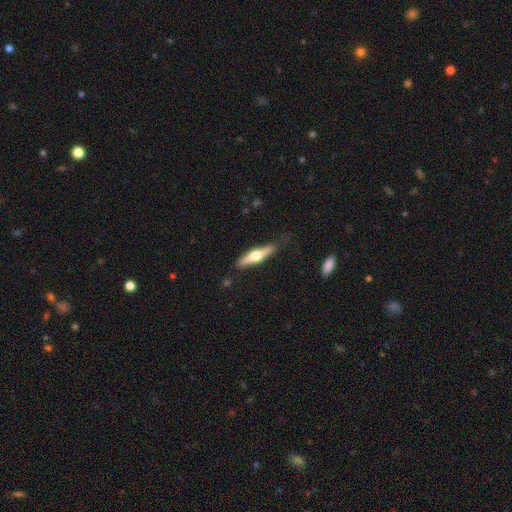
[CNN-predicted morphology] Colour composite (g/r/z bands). It shows a featured or disk galaxy (52%) viewed edge-on (93%). Merging: none (82%).